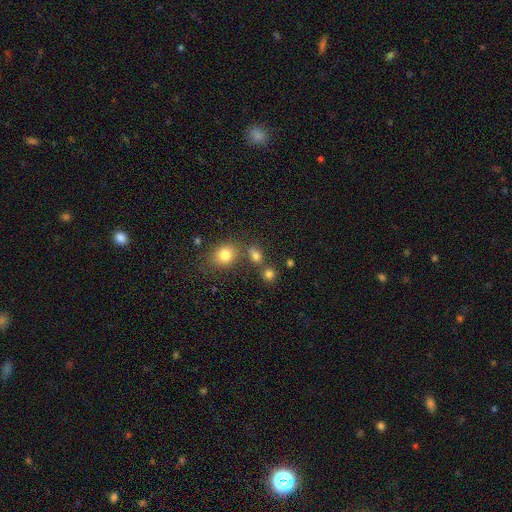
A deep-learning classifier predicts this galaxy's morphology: This appears to be a smooth galaxy with no disk features (77%) that is round (53%). Merging: none (64%).